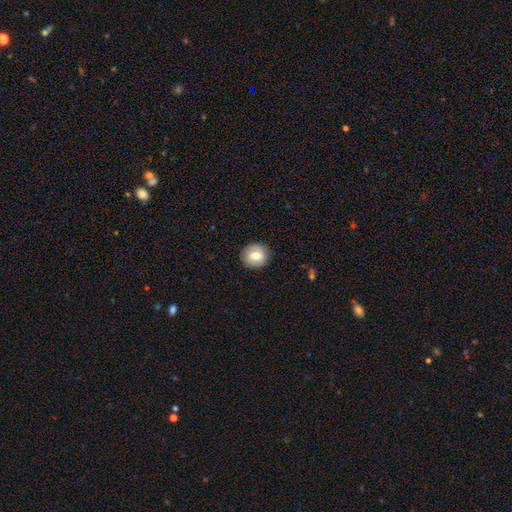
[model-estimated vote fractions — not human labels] Q: Smooth or featured?
A: smooth (71%); runner-up: featured or disk (21%)
Q: How rounded?
A: round (86%); runner-up: in between (13%)
Q: Merging?
A: none (87%); runner-up: minor disturbance (9%)